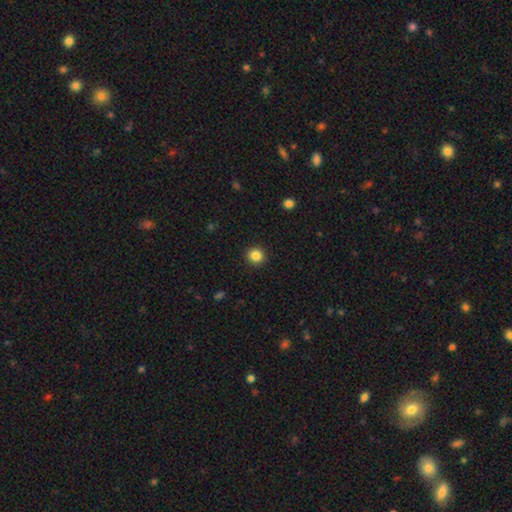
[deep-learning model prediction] This appears to be a smooth galaxy with no disk features (85%) that is round (89%). Merging: none (92%).